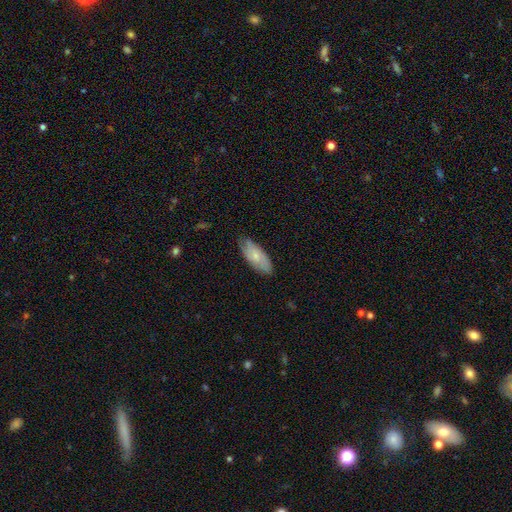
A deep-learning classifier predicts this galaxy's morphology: Smooth or featured?
  - smooth: 59% *
  - featured or disk: 35%
  - star or artifact: 6%
How rounded?
  - in between: 82% *
  - cigar-shaped: 16%
  - round: 2%
Merging?
  - none: 74% *
  - minor disturbance: 22%
  - major disturbance: 3%
  - merger: 1%